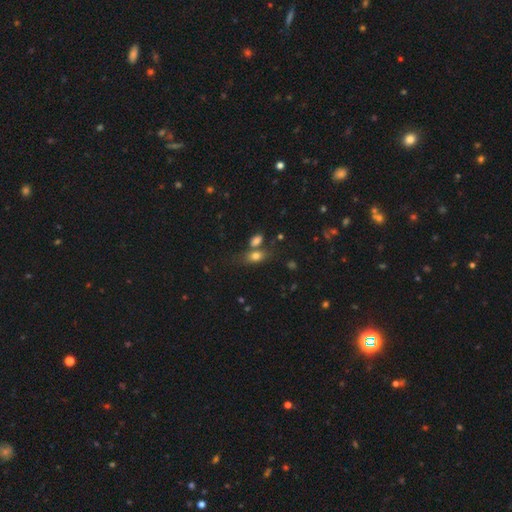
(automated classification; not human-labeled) This is likely a smooth galaxy (77%). How rounded: clearly in between (82%). Merging: possibly none (48%).